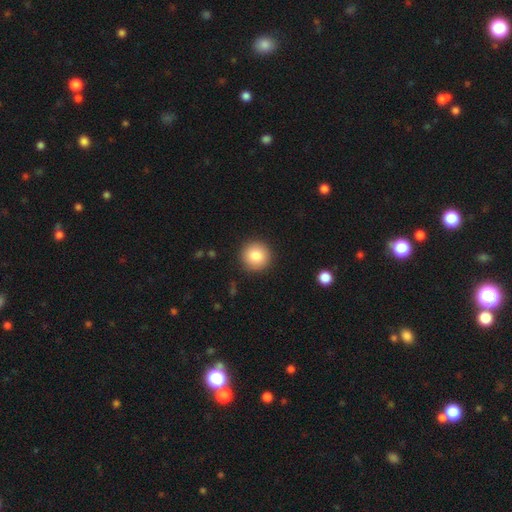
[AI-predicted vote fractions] This appears to be a smooth galaxy with no disk features (83%) that is round (95%). Merging: none (91%).